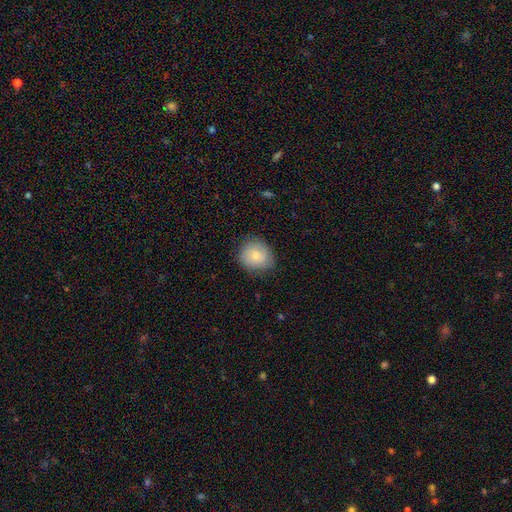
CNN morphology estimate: smooth_or_featured: smooth (p=0.78) [alt: featured or disk p=0.15]
how_rounded: round (p=0.81) [alt: in between p=0.18]
merging: none (p=0.79) [alt: minor disturbance p=0.17]